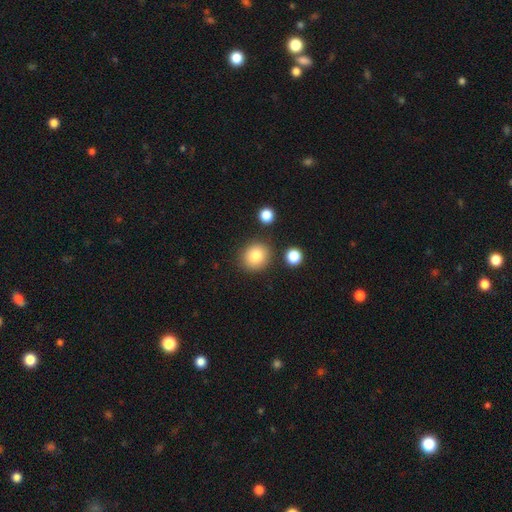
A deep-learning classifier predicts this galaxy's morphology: Smooth or featured? Predicted: smooth (p=0.82). How rounded? Predicted: round (p=0.83). Merging? Predicted: none (p=0.84).